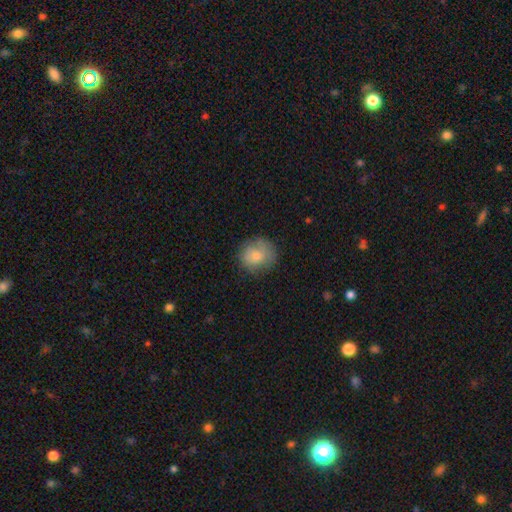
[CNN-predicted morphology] A smooth galaxy with no disk features (75%) that is round (86%).

Vote fractions:
- Smooth or featured? smooth: 75% / featured or disk: 16% / star or artifact: 8%
- How rounded? round: 86% / in between: 13% / cigar-shaped: 1%
- Merging? none: 76% / minor disturbance: 18% / major disturbance: 5% / merger: 1%